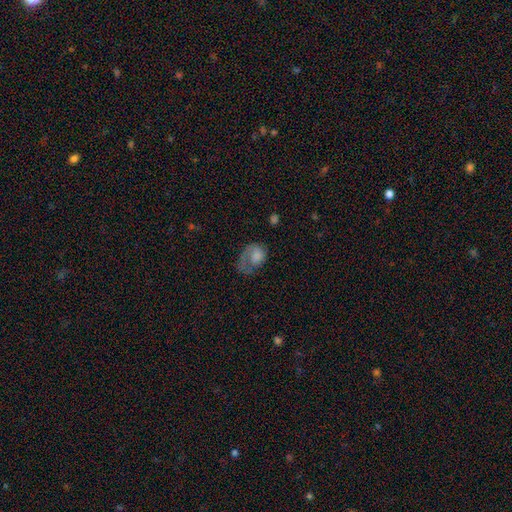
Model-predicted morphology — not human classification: Overall: smooth (57%; featured or disk 34%). How rounded: in between (66%; round 33%). Merging: major disturbance (49%; none 26%).